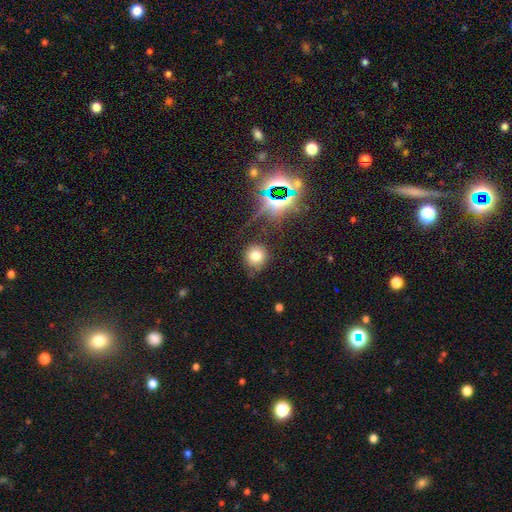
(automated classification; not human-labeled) Morphology: type=smooth (73%); roundness=round (87%); merging=none (76%).